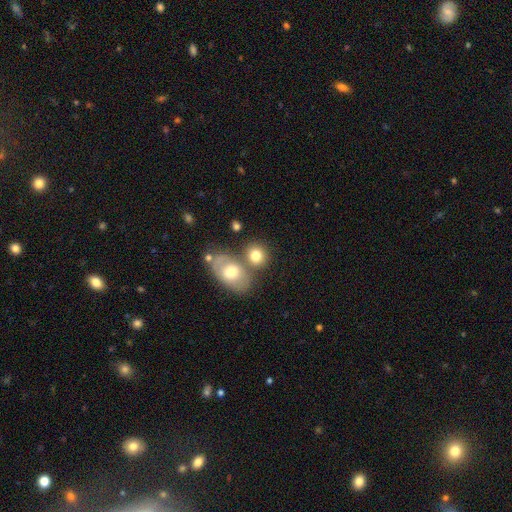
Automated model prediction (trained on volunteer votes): This is likely a smooth galaxy (75%). How rounded: likely round (62%). Merging: possibly none (51%).